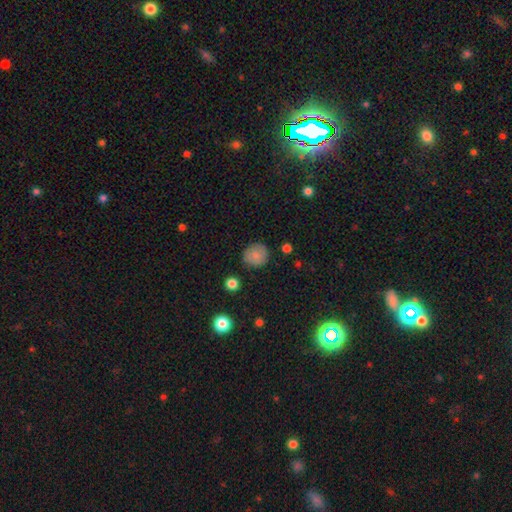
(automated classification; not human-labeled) Smooth or featured: smooth — 81% (featured or disk — 10%)
How rounded: round — 84% (in between — 15%)
Merging: none — 83% (minor disturbance — 12%)